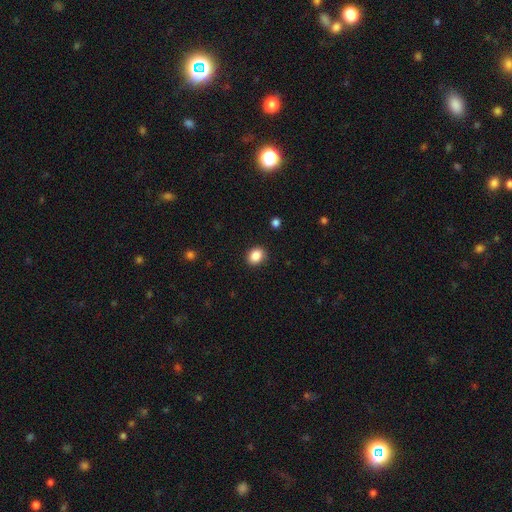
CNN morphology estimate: The model was most divided on "how rounded": in between: 53%, round: 46%, cigar-shaped: 1%. More confident: merging — none (88%); smooth or featured — smooth (87%).